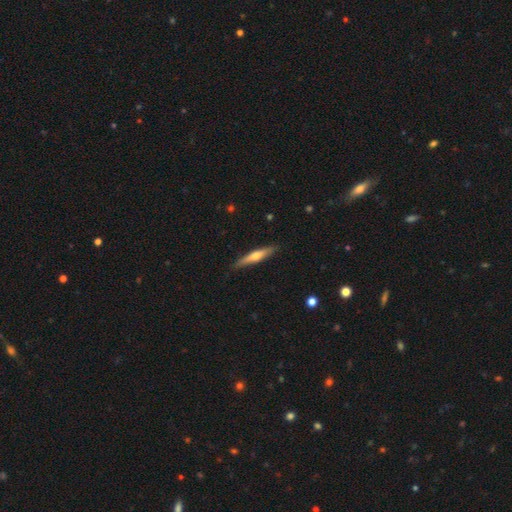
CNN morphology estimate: Smooth or featured: featured or disk — 49% (smooth — 46%)
Merging: none — 87% (minor disturbance — 10%)